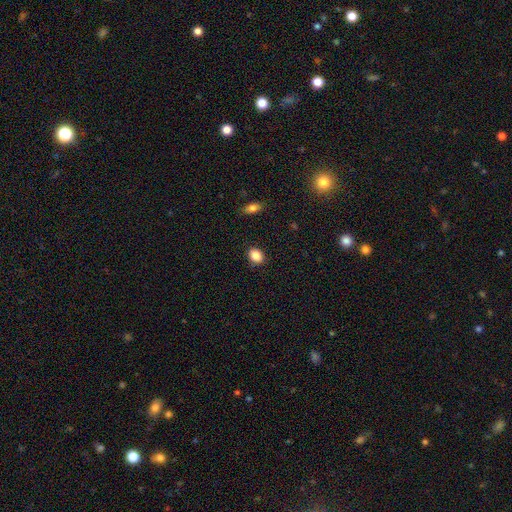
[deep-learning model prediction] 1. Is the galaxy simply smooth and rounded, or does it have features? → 86% smooth, 9% star or artifact, 5% featured or disk.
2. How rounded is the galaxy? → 53% in between, 46% round, 1% cigar-shaped.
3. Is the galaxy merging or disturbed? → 88% none, 8% minor disturbance, 2% major disturbance, 1% merger.